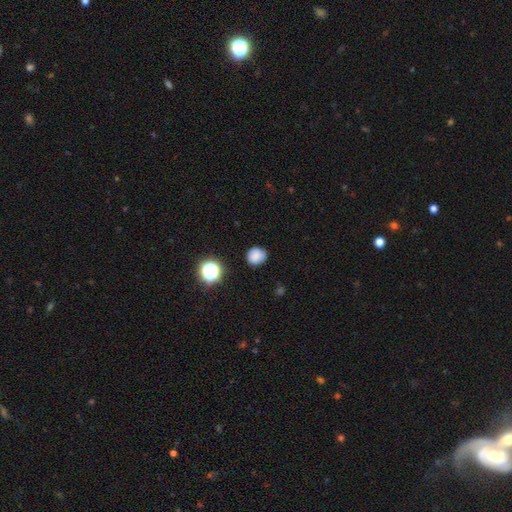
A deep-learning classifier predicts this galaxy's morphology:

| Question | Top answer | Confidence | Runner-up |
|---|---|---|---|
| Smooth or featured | smooth | 81% | star or artifact (13%) |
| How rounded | round | 80% | in between (19%) |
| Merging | none | 80% | minor disturbance (15%) |